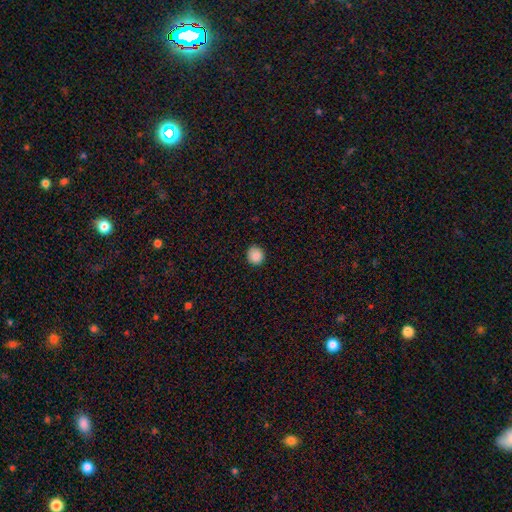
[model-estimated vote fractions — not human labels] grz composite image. It shows a smooth galaxy with no disk features (87%) that is round (89%). Merging: none (90%).